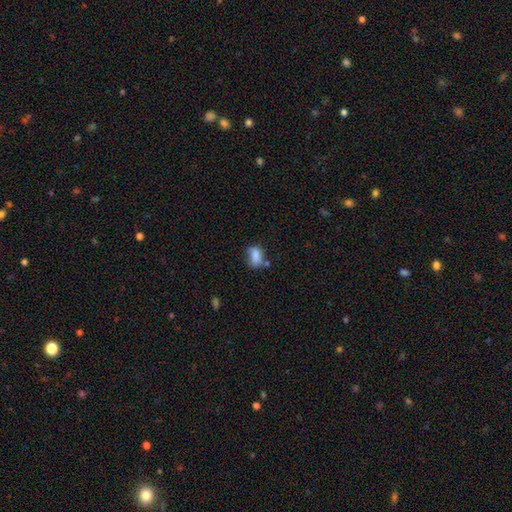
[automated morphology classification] A smooth galaxy with no disk features (79%) that is in between round and cigar-shaped (80%).

Vote fractions:
- Smooth or featured? smooth: 79% / featured or disk: 11% / star or artifact: 10%
- How rounded? in between: 80% / round: 17% / cigar-shaped: 4%
- Merging? none: 47% / minor disturbance: 29% / merger: 12% / major disturbance: 11%